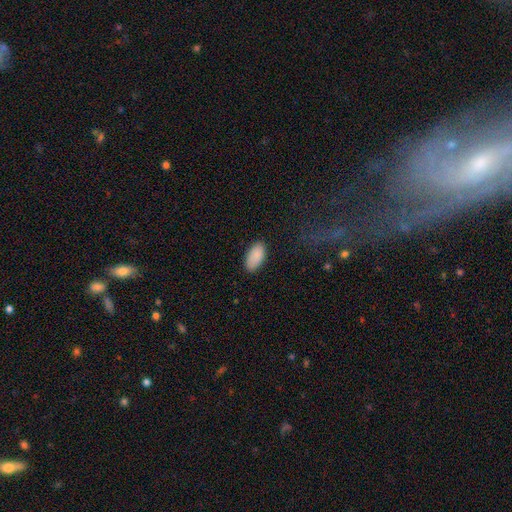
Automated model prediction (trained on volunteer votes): Q: Smooth or featured?
A: smooth (89%); runner-up: star or artifact (7%)
Q: How rounded?
A: in between (95%); runner-up: cigar-shaped (3%)
Q: Merging?
A: none (86%); runner-up: minor disturbance (11%)